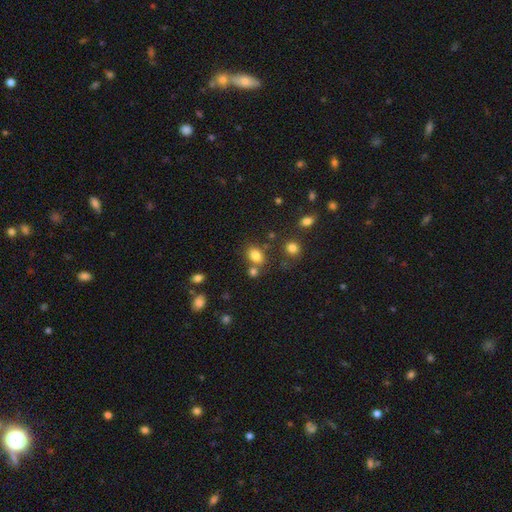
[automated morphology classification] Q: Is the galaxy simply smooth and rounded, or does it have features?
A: smooth — 82%.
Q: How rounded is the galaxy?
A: in between — 75%.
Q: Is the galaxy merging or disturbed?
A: none — 66%.